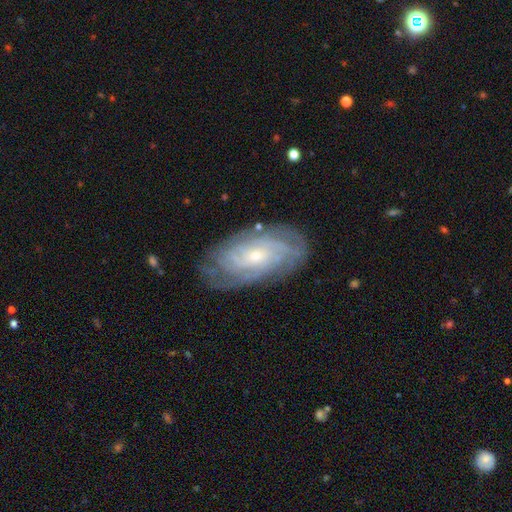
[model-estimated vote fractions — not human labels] Morphology: type=featured or disk (82%); edge-on=no (95%); bar=no (74%); spiral arms=yes (95%); winding=tight (76%); arm count=can't tell (42%); bulge=small (74%); merging=none (78%).